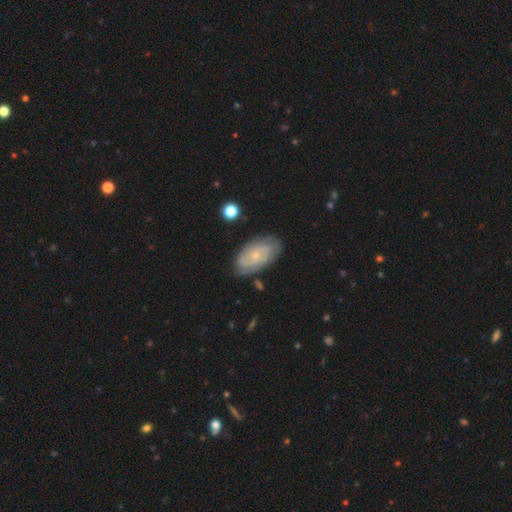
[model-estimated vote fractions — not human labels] Smooth or featured? Predicted: featured or disk (p=0.74). Edge-on disk? Predicted: no (p=0.96). Bar? Predicted: no (p=0.73). Spiral arms? Predicted: yes (p=0.93). Spiral winding? Predicted: tight (p=0.64). Spiral arm count? Predicted: can't tell (p=0.35). Bulge size? Predicted: small (p=0.77). Merging? Predicted: none (p=0.76).